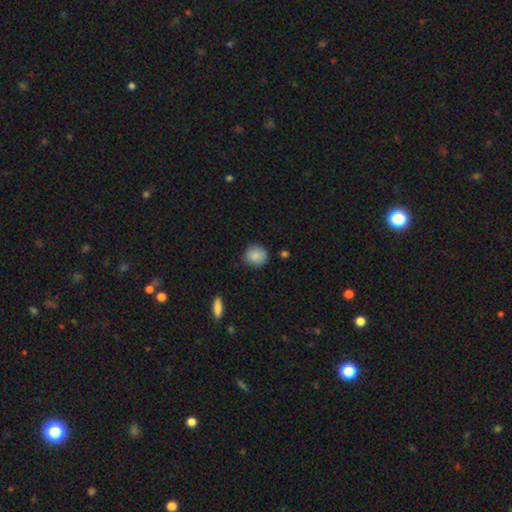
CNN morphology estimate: smooth_or_featured: smooth (p=0.86) [alt: star or artifact p=0.08]
how_rounded: round (p=0.82) [alt: in between p=0.17]
merging: none (p=0.82) [alt: minor disturbance p=0.13]